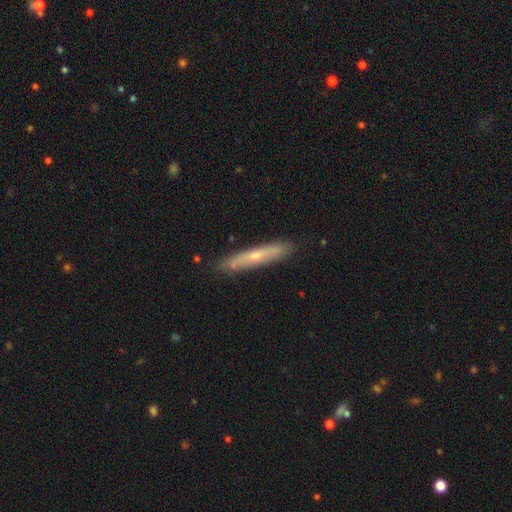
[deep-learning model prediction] This appears to be a featured or disk galaxy (49%). Merging: none (86%).